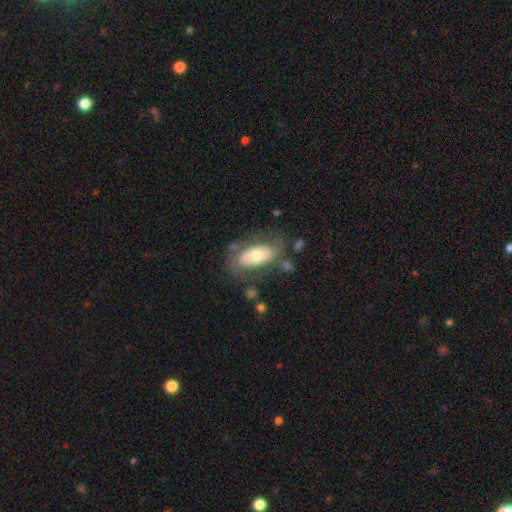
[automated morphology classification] smooth-or-featured: smooth: 53% | featured or disk: 40% | star or artifact: 6%
  how-rounded: in between: 91% | round: 5% | cigar-shaped: 4%
  merging: none: 60% | minor disturbance: 20% | major disturbance: 13% | merger: 6%